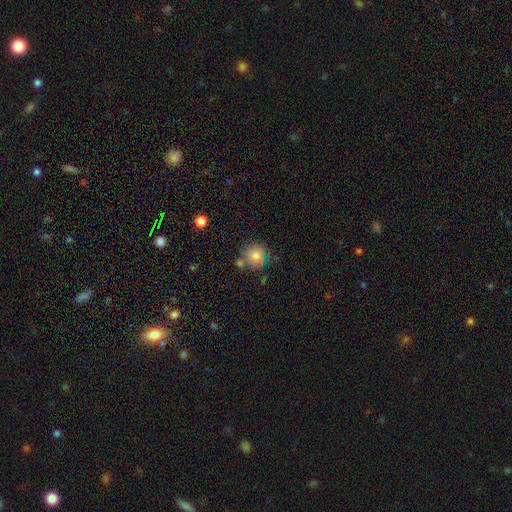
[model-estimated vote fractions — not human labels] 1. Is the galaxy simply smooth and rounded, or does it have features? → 81% smooth, 11% star or artifact, 8% featured or disk.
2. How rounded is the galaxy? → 91% round, 8% in between, 1% cigar-shaped.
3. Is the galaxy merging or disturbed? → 74% none, 13% minor disturbance, 9% merger, 4% major disturbance.